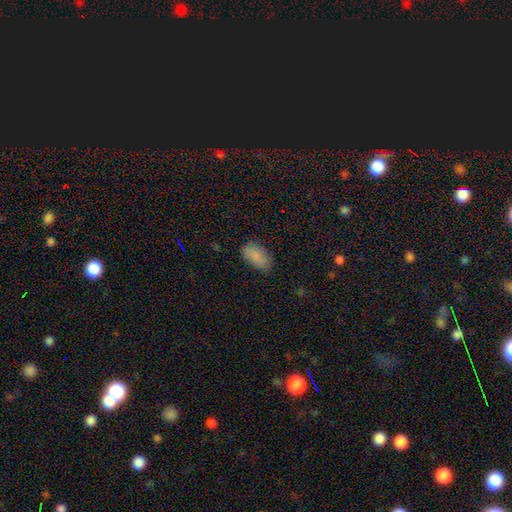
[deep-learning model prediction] Overall: smooth (85%). How rounded: in between (93%). Merging: none (77%).